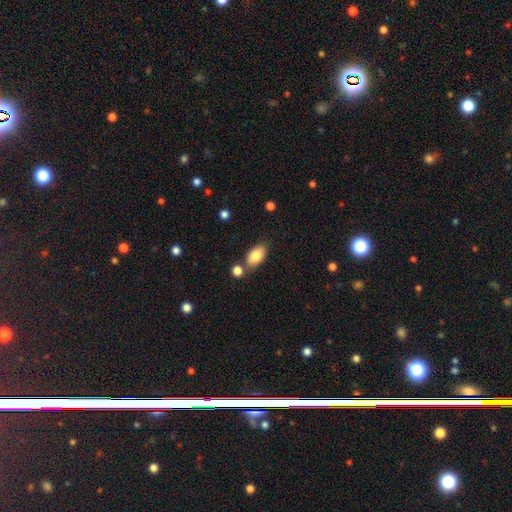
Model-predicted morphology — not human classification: Q: Smooth or featured?
A: smooth (82%); runner-up: featured or disk (10%)
Q: How rounded?
A: in between (92%); runner-up: round (5%)
Q: Merging?
A: none (72%); runner-up: merger (13%)